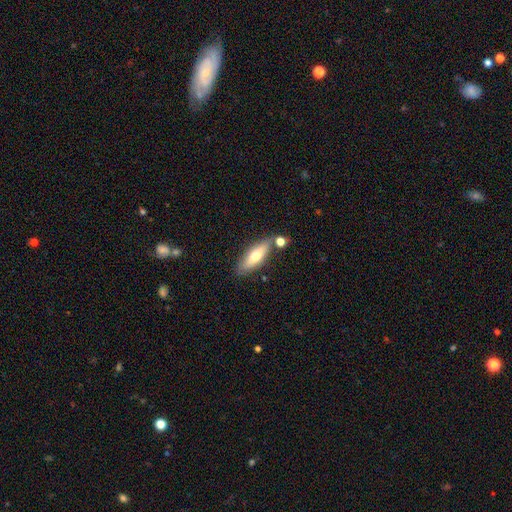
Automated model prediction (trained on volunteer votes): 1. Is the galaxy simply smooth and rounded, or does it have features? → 61% smooth, 32% featured or disk, 6% star or artifact.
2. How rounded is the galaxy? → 52% in between, 45% cigar-shaped, 3% round.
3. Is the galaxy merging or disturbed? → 72% none, 14% minor disturbance, 11% merger, 3% major disturbance.